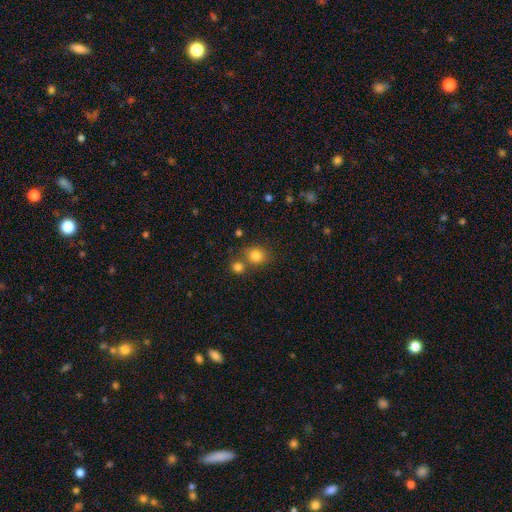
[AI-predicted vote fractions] smooth 82%, star or artifact 12%, featured or disk 6%. Down the decision tree: how rounded — round (74%); merging — none (62%).